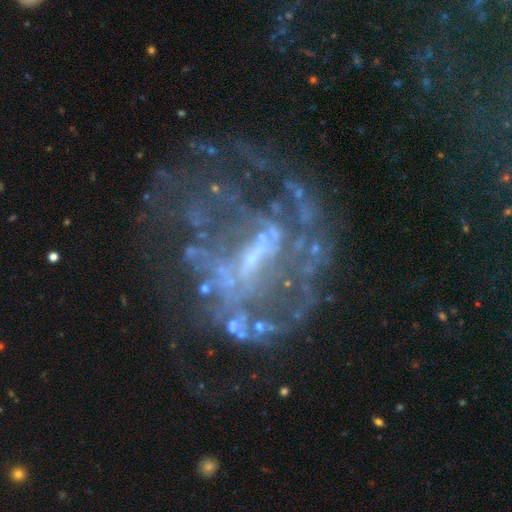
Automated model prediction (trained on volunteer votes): A featured or disk galaxy (81%) with a weak bar (42%), spiral arms (63%) and a small central bulge (43%).

Vote fractions:
- Smooth or featured? featured or disk: 81% / star or artifact: 11% / smooth: 8%
- Edge-on disk? no: 97% / yes: 3%
- Bar? weak: 42% / no: 30% / strong: 28%
- Spiral arms? yes: 63% / no: 37%
- Bulge size? small: 43% / none: 31% / moderate: 22% / large: 2% / dominant: 1%
- Merging? none: 42% / major disturbance: 37% / minor disturbance: 16% / merger: 5%